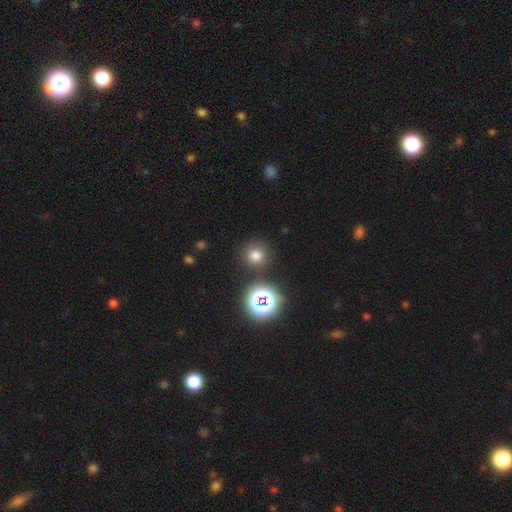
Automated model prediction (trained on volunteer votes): smooth 71%, star or artifact 22%, featured or disk 7%. Down the decision tree: how rounded — round (93%); merging — none (86%).